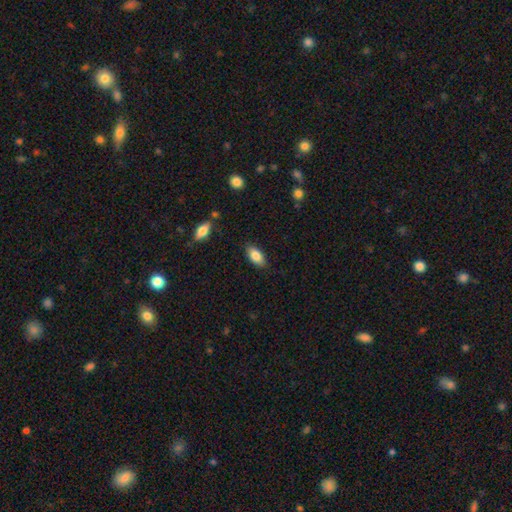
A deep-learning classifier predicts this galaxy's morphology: Q: Smooth or featured?
A: smooth (84%); runner-up: featured or disk (9%)
Q: How rounded?
A: in between (90%); runner-up: cigar-shaped (8%)
Q: Merging?
A: none (86%); runner-up: minor disturbance (11%)